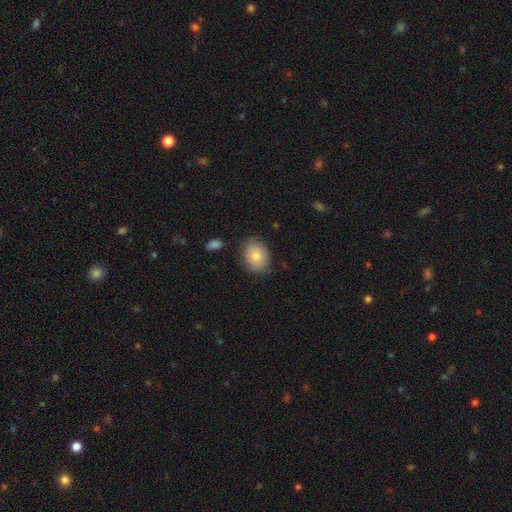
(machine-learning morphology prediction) The model was most divided on "how rounded": in between: 65%, round: 34%, cigar-shaped: 1%. More confident: merging — none (84%); smooth or featured — smooth (79%).